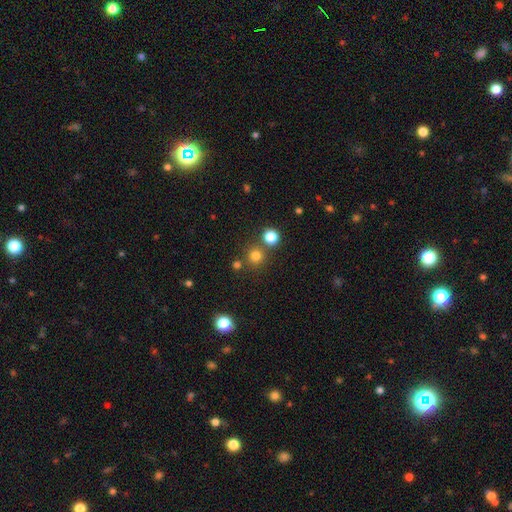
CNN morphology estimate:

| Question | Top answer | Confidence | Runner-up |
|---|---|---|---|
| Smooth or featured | smooth | 76% | star or artifact (18%) |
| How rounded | round | 93% | in between (6%) |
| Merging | none | 77% | merger (13%) |